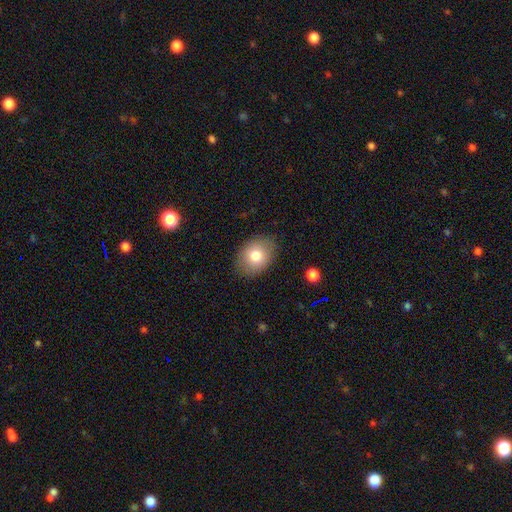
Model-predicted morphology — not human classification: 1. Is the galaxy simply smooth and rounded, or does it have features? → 78% smooth, 13% featured or disk, 8% star or artifact.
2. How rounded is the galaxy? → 67% in between, 32% round, 1% cigar-shaped.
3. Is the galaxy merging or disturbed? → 84% none, 12% minor disturbance, 3% major disturbance, 1% merger.